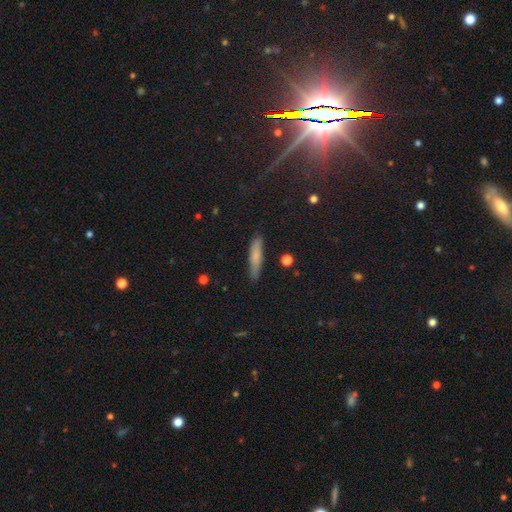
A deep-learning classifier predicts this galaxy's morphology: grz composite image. It shows a smooth galaxy with no disk features (72%) that is cigar-shaped (82%). Merging: none (84%).